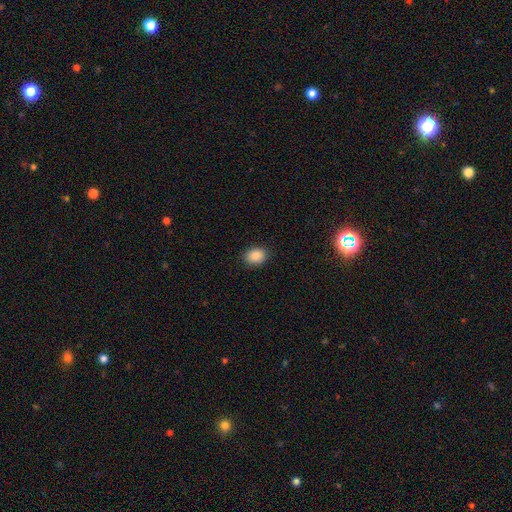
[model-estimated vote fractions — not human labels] Q: Smooth or featured?
A: smooth (88%); runner-up: star or artifact (8%)
Q: How rounded?
A: in between (63%); runner-up: round (36%)
Q: Merging?
A: none (89%); runner-up: minor disturbance (8%)